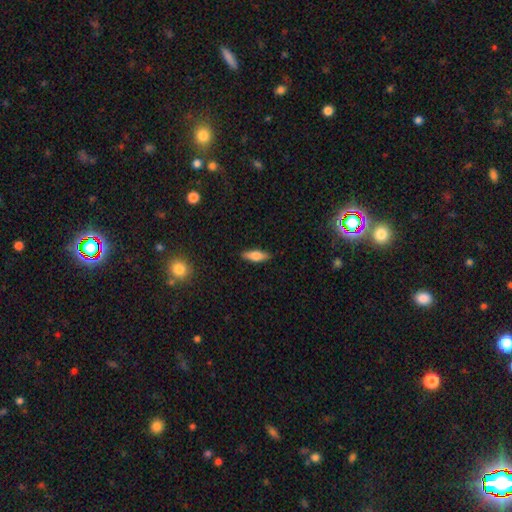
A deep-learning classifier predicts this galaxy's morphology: A smooth galaxy with no disk features (69%) that is in between round and cigar-shaped (55%). Merging: none (88%).